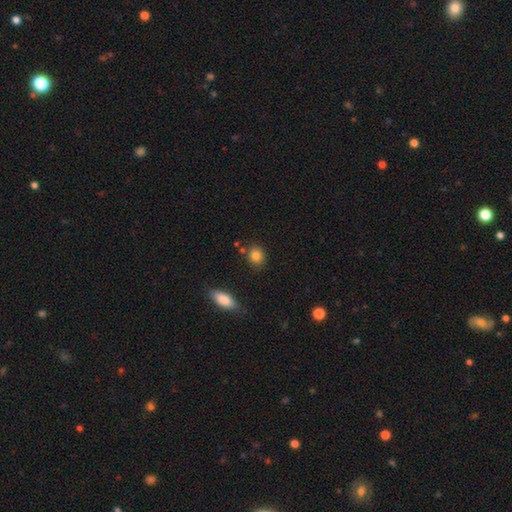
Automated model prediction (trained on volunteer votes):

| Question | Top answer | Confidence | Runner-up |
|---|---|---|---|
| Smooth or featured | smooth | 85% | star or artifact (9%) |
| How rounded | round | 64% | in between (34%) |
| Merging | none | 81% | minor disturbance (11%) |